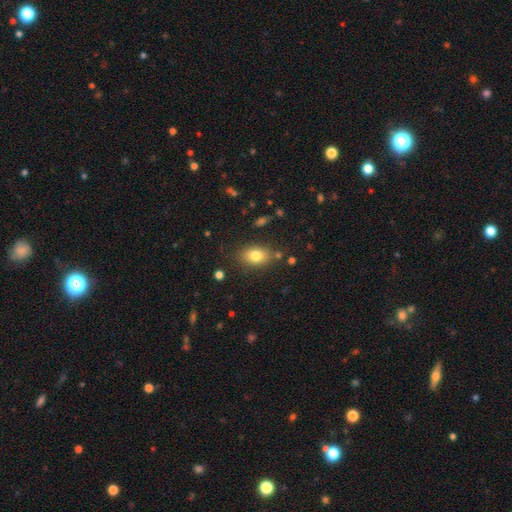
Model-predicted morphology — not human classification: smooth 80%, featured or disk 10%, star or artifact 10%. Down the decision tree: how rounded — in between (79%); merging — none (81%).